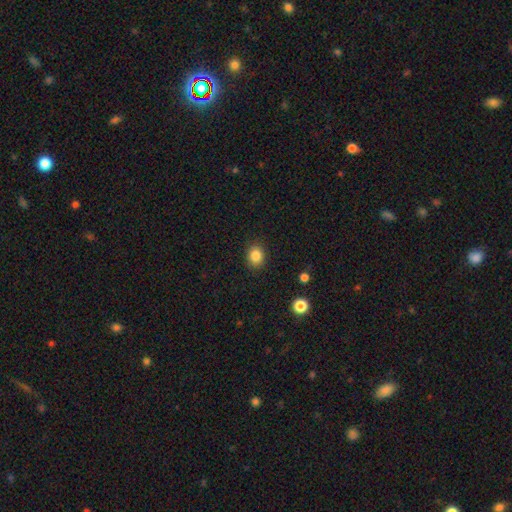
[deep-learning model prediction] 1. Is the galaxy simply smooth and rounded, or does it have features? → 85% smooth, 10% star or artifact, 5% featured or disk.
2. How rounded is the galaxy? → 61% round, 38% in between, 1% cigar-shaped.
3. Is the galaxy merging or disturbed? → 88% none, 8% minor disturbance, 2% major disturbance, 1% merger.